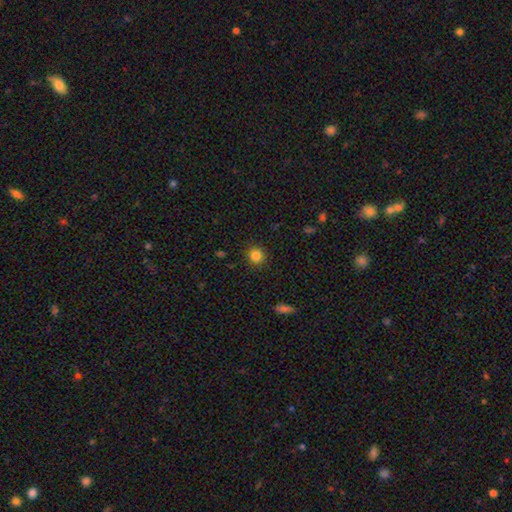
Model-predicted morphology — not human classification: smooth-or-featured: smooth: 83% | star or artifact: 12% | featured or disk: 5%
  how-rounded: round: 92% | in between: 7% | cigar-shaped: 1%
  merging: none: 91% | minor disturbance: 6% | major disturbance: 2% | merger: 1%